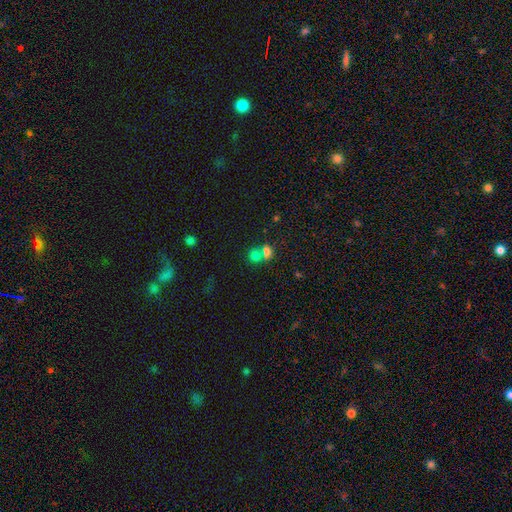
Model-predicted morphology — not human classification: smooth-or-featured: smooth: 73% | star or artifact: 17% | featured or disk: 9%
  how-rounded: round: 60% | in between: 38% | cigar-shaped: 1%
  merging: merger: 48% | none: 40% | minor disturbance: 8% | major disturbance: 4%